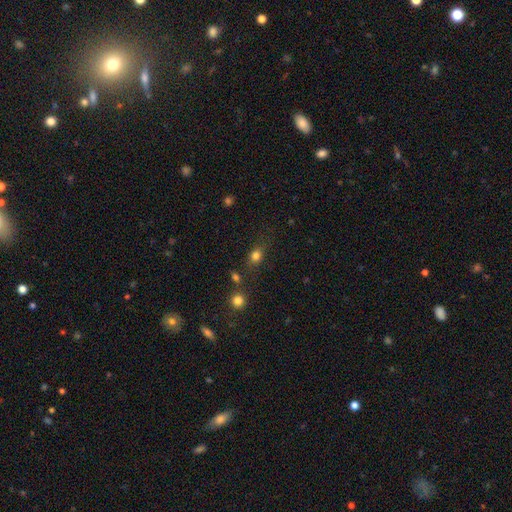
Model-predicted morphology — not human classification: Smooth or featured: smooth — 79% (star or artifact — 14%)
How rounded: round — 56% (in between — 42%)
Merging: none — 71% (minor disturbance — 16%)